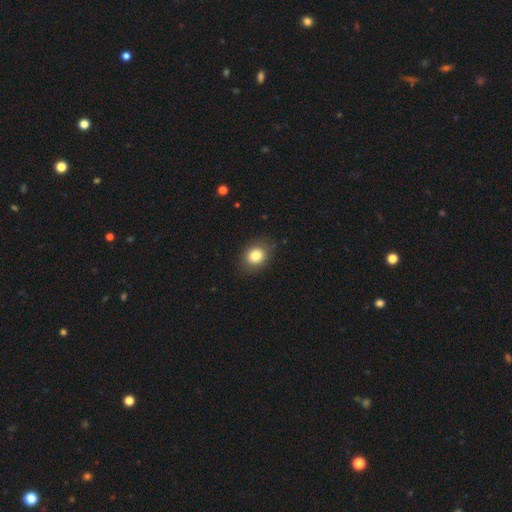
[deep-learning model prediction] smooth_or_featured: smooth (p=0.82) [alt: star or artifact p=0.10]
how_rounded: round (p=0.53) [alt: in between p=0.46]
merging: none (p=0.84) [alt: minor disturbance p=0.12]